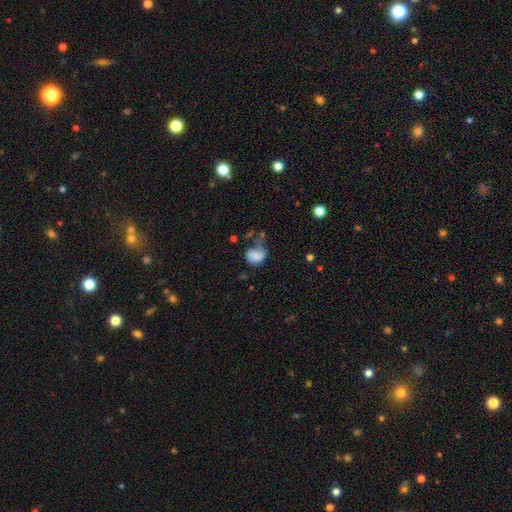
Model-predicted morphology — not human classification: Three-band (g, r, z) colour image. It shows a smooth galaxy with no disk features (68%) that is in between round and cigar-shaped (53%). Merging: major disturbance (29%).